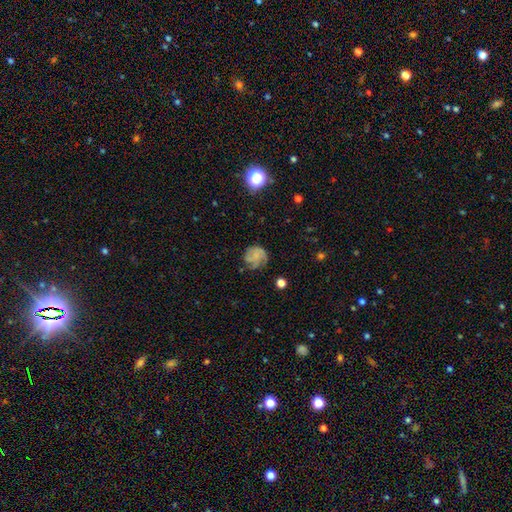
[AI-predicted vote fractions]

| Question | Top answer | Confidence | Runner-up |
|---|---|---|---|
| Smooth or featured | featured or disk | 57% | smooth (32%) |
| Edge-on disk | no | 98% | yes (2%) |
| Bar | no | 75% | weak (21%) |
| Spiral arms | yes | 89% | no (11%) |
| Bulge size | none | 50% | small (34%) |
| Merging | none | 66% | minor disturbance (21%) |